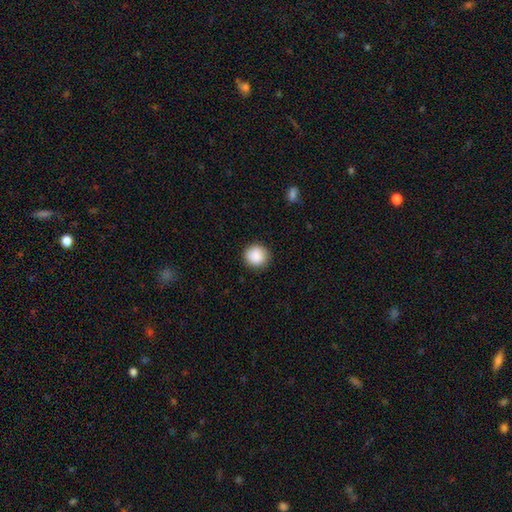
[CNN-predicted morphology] This appears to be a smooth galaxy with no disk features (89%) that is round (91%). Merging: none (90%).